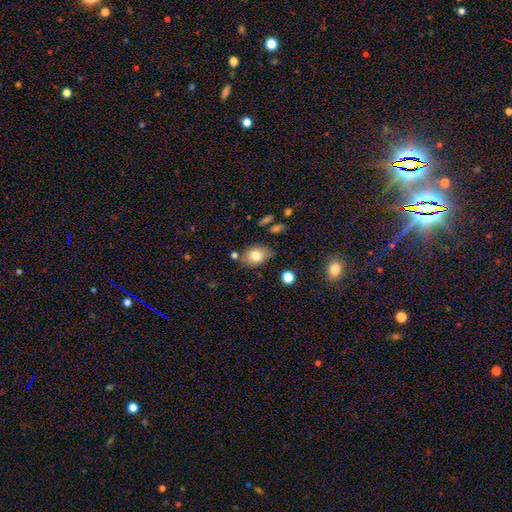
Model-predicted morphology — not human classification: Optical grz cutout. It shows a smooth galaxy with no disk features (79%) that is in between round and cigar-shaped (78%). Merging: none (76%).